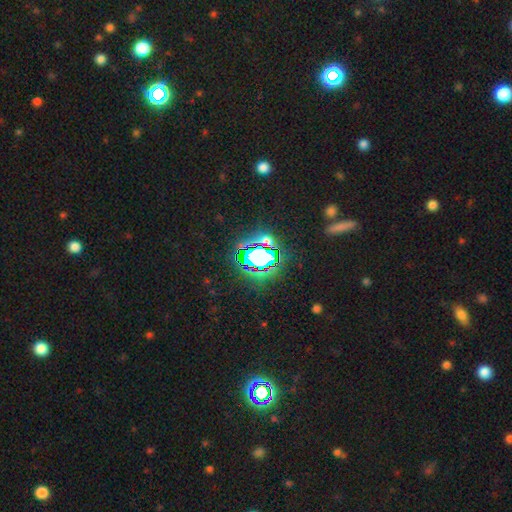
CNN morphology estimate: This is clearly a star or artifact rather than a galaxy (81%).